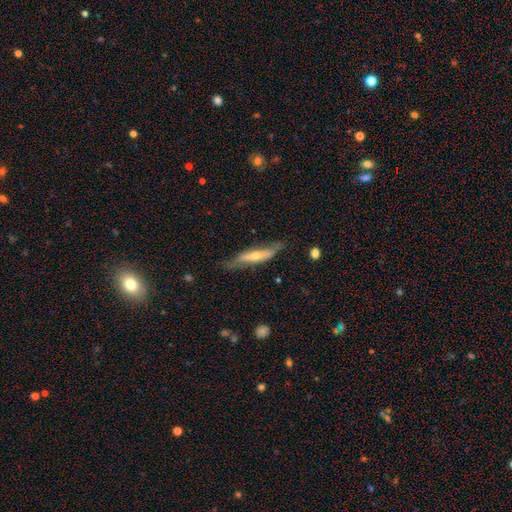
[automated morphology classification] Smooth or featured? featured or disk (63%)
Edge-on disk? yes (70%)
Merging? none (66%)